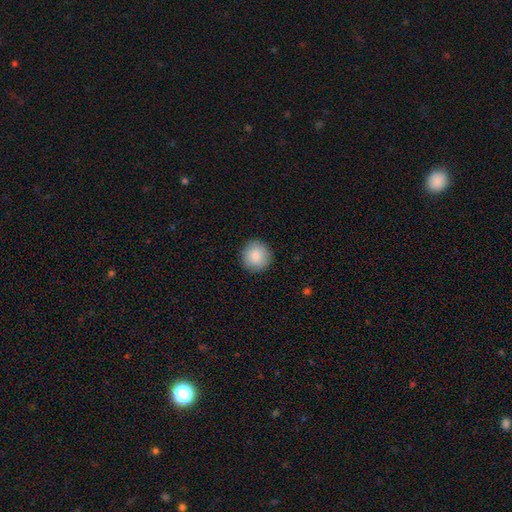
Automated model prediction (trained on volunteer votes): A smooth galaxy with no disk features (87%) that is round (95%). Merging: none (91%).